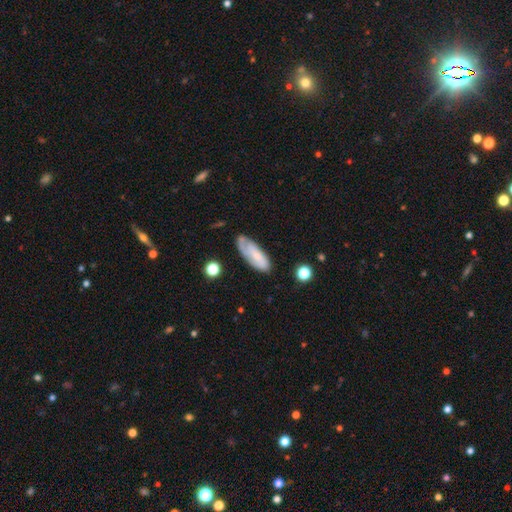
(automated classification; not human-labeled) Smooth or featured? Predicted: smooth (p=0.55). How rounded? Predicted: in between (p=0.65). Merging? Predicted: none (p=0.60).